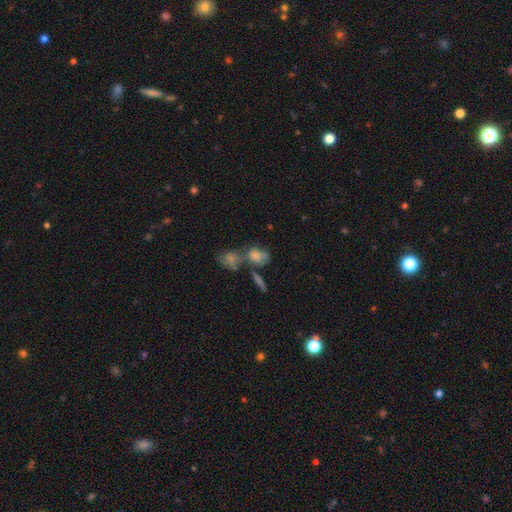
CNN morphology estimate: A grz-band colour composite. It shows a smooth galaxy with no disk features (51%) that is in between round and cigar-shaped (61%). Merging: merger (45%).